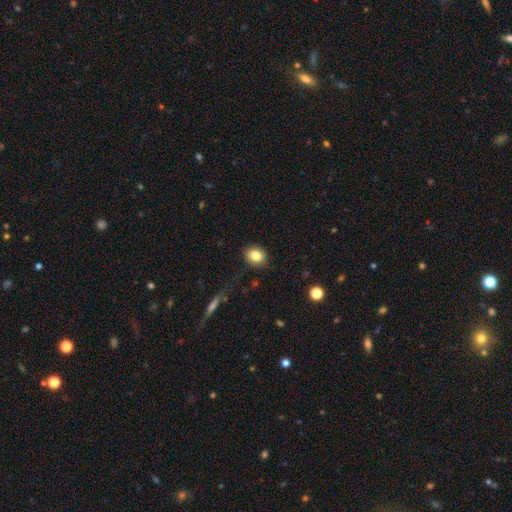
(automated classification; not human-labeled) This is clearly a smooth galaxy (83%). How rounded: likely round (63%). Merging: clearly none (86%).